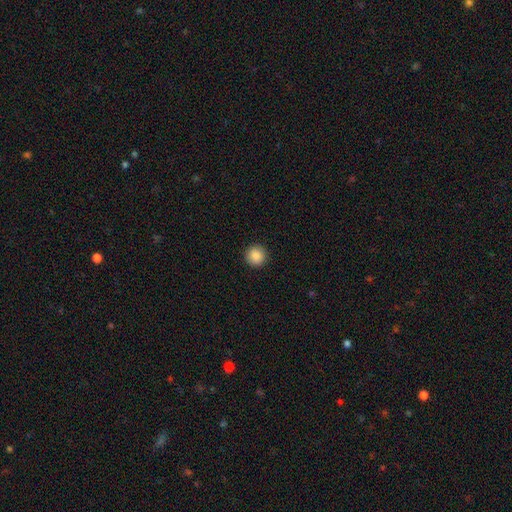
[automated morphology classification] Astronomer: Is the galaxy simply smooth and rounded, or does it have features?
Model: smooth — 88%.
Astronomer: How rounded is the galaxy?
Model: round — 94%.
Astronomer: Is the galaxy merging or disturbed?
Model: none — 93%.